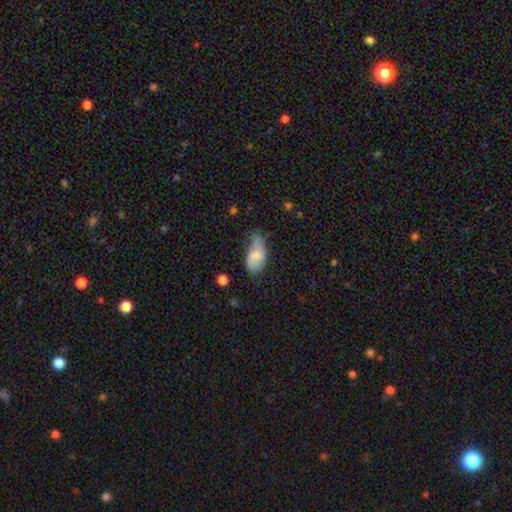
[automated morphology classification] type=smooth (72%); roundness=in between (93%); merging=minor disturbance (42%).